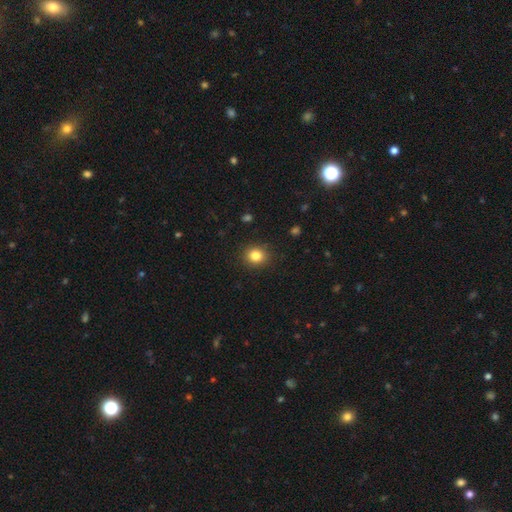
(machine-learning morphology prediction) Smooth or featured? Predicted: smooth (p=0.83). How rounded? Predicted: round (p=0.80). Merging? Predicted: none (p=0.89).